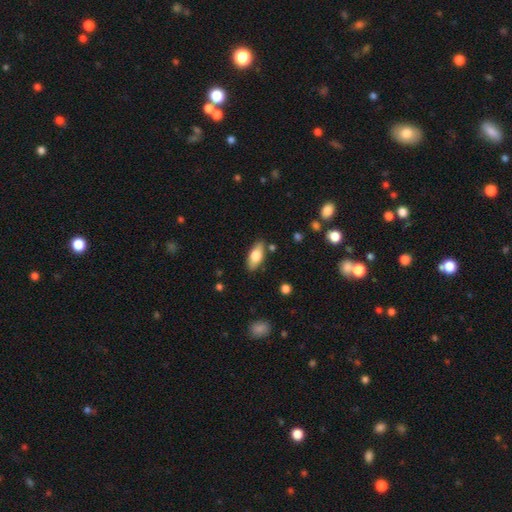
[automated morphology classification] Smooth or featured? Predicted: smooth (p=0.68). How rounded? Predicted: in between (p=0.82). Merging? Predicted: none (p=0.83).